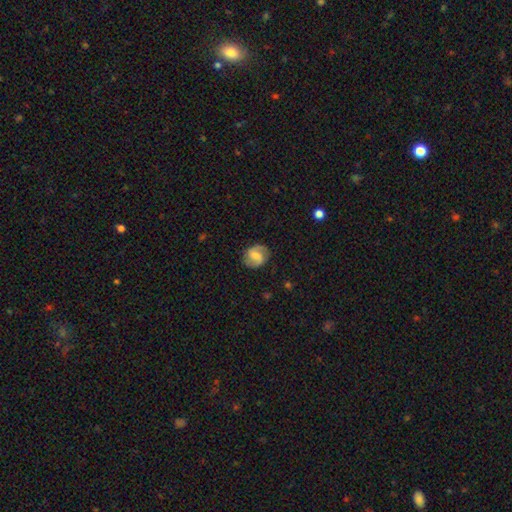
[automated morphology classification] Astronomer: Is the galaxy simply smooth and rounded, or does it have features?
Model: featured or disk — 68%.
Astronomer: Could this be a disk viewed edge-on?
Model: no — 98%.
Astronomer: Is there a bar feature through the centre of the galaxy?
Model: weak — 51%.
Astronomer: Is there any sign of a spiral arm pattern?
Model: yes — 93%.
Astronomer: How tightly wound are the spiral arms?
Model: medium — 49% (runner-up: loose, 27%).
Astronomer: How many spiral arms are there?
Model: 2 — 90%.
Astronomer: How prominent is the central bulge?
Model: moderate — 41% (runner-up: small, 40%).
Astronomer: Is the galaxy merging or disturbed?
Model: none — 83%.